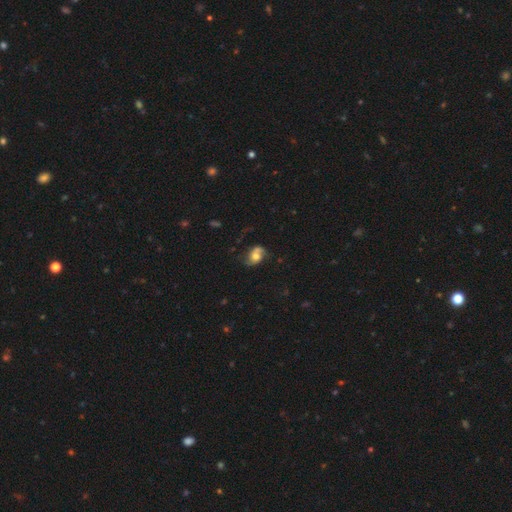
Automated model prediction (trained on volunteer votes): Morphology: type=featured or disk (58%); edge-on=no (96%); bar=no (70%); spiral arms=yes (86%); bulge=moderate (59%); merging=none (59%).